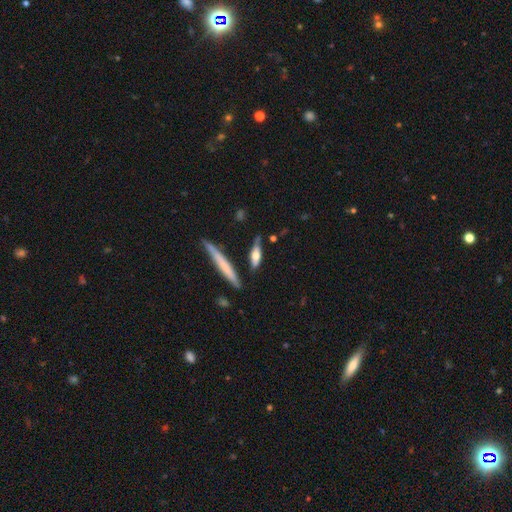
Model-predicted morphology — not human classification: Smooth or featured?
  - smooth: 55% *
  - featured or disk: 39%
  - star or artifact: 6%
How rounded?
  - cigar-shaped: 66% *
  - in between: 31%
  - round: 3%
Merging?
  - none: 71% *
  - minor disturbance: 17%
  - merger: 7%
  - major disturbance: 4%